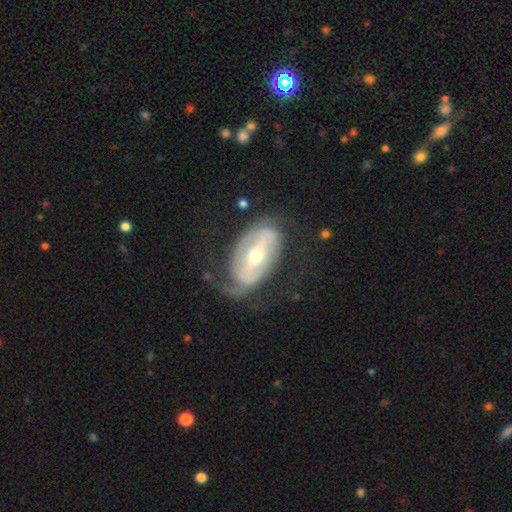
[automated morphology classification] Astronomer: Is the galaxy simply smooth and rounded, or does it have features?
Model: featured or disk — 79%.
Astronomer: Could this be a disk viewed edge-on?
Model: no — 93%.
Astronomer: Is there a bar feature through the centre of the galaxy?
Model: strong — 52% (runner-up: weak, 30%).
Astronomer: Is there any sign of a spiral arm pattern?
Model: yes — 75%.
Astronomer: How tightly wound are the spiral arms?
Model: medium — 37% (runner-up: tight, 33%).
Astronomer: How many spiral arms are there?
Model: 2 — 69%.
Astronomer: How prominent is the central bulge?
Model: moderate — 49% (runner-up: small, 47%).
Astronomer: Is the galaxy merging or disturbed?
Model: none — 55%.